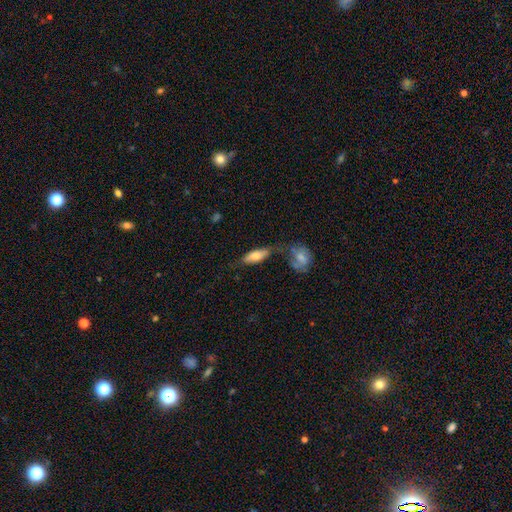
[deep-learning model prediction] Smooth or featured: smooth — 69% (featured or disk — 25%)
How rounded: in between — 71% (cigar-shaped — 27%)
Merging: none — 54% (minor disturbance — 19%)